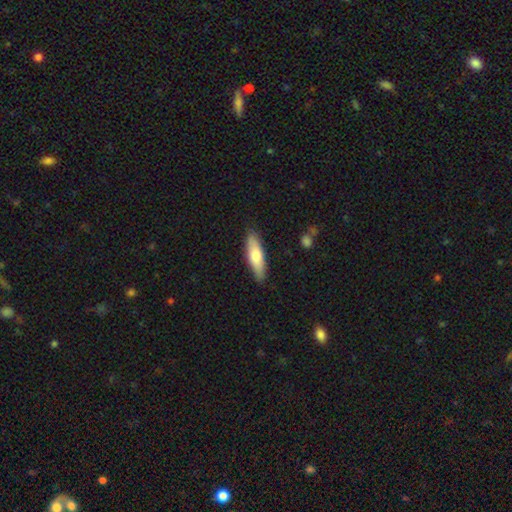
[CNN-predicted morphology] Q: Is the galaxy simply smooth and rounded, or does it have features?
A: smooth — 71%.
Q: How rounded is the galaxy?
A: cigar-shaped — 64%.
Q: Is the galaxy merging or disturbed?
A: none — 86%.